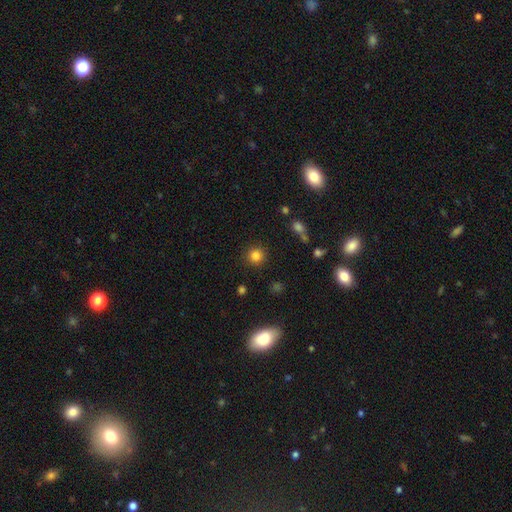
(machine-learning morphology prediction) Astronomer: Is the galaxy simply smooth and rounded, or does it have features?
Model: smooth — 83%.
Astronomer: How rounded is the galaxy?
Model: round — 93%.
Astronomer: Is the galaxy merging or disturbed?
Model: none — 89%.